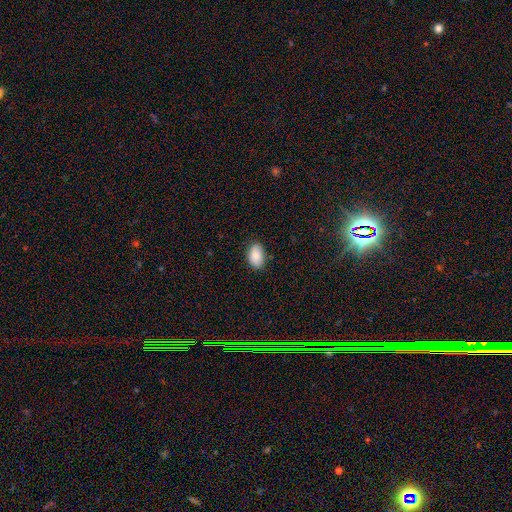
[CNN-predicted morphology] This appears to be a smooth galaxy with no disk features (84%) that is in between round and cigar-shaped (91%). Merging: none (83%).